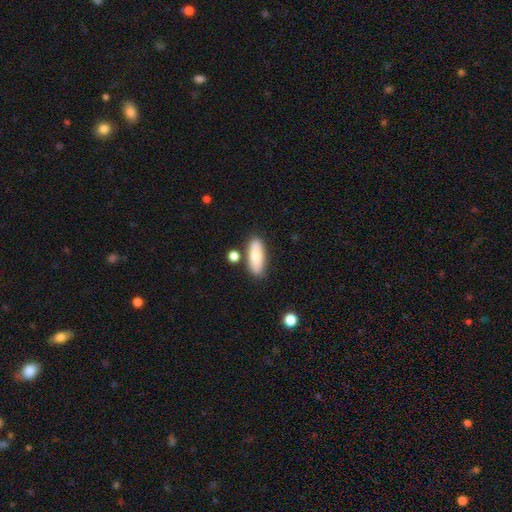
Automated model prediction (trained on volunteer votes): Smooth or featured: smooth — 76% (featured or disk — 17%)
How rounded: in between — 70% (cigar-shaped — 27%)
Merging: none — 75% (minor disturbance — 13%)